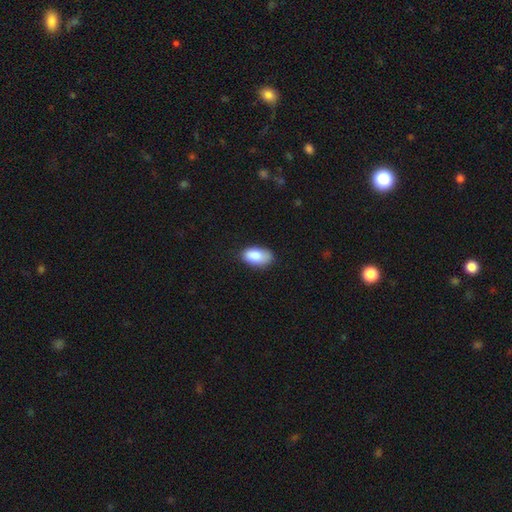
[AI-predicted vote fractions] A smooth galaxy with no disk features (86%) that is in between round and cigar-shaped (93%).

Vote fractions:
- Smooth or featured? smooth: 86% / featured or disk: 7% / star or artifact: 7%
- How rounded? in between: 93% / round: 5% / cigar-shaped: 2%
- Merging? none: 71% / minor disturbance: 23% / major disturbance: 4% / merger: 2%